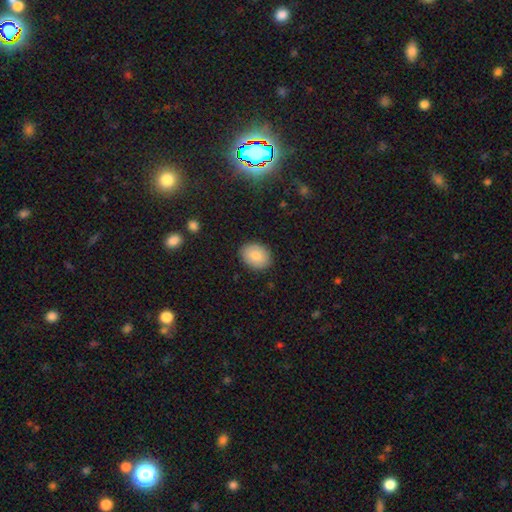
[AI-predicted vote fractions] Morphology: type=smooth (84%); roundness=in between (63%); merging=none (88%).